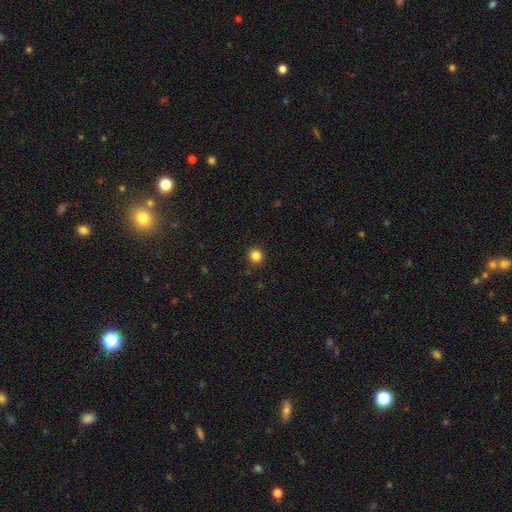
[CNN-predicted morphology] Smooth or featured?
  - smooth: 84% *
  - star or artifact: 12%
  - featured or disk: 4%
How rounded?
  - round: 93% *
  - in between: 6%
  - cigar-shaped: 1%
Merging?
  - none: 92% *
  - minor disturbance: 5%
  - major disturbance: 2%
  - merger: 1%